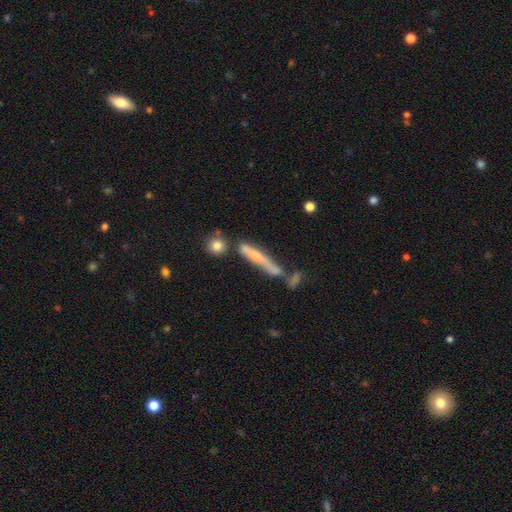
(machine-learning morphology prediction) Smooth or featured?
  - featured or disk: 49% *
  - smooth: 42%
  - star or artifact: 10%
Merging?
  - none: 51% *
  - merger: 22%
  - minor disturbance: 18%
  - major disturbance: 9%